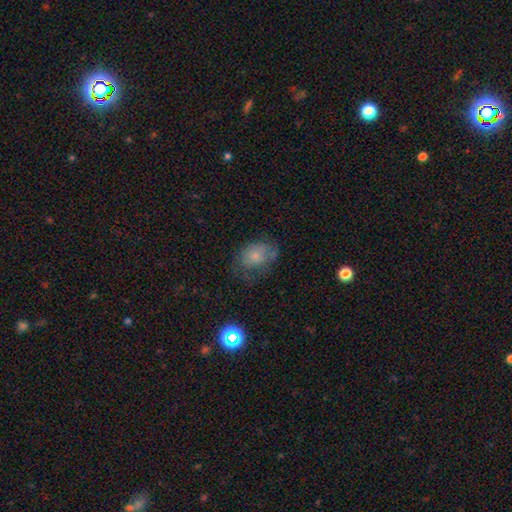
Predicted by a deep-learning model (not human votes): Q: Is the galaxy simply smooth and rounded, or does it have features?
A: smooth — 69%.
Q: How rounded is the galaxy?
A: in between — 66%.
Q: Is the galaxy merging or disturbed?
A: none — 48%.